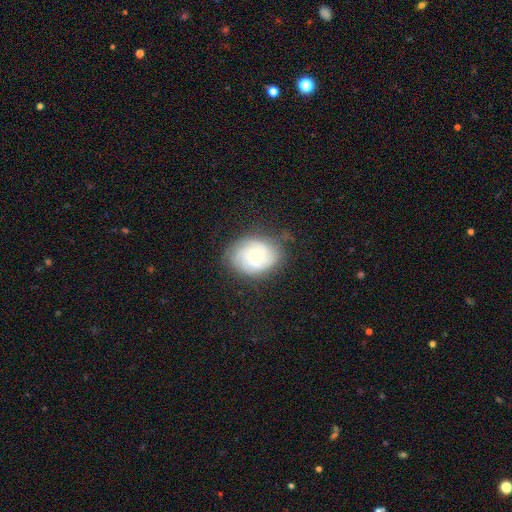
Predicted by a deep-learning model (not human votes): smooth-or-featured: featured or disk: 66% | smooth: 26% | star or artifact: 8%
  disk-edge-on: no: 97% | yes: 3%
    bar: no: 83% | weak: 15% | strong: 3%
    has-spiral-arms: yes: 88% | no: 12%
      spiral-winding: tight: 68% | medium: 25% | loose: 7%
      spiral-arm-count: can't tell: 40% | 3: 23% | 2: 17% | 4: 10% | more than 4: 5% | 1: 5%
    bulge-size: moderate: 55% | small: 41% | large: 3% | dominant: 1% | none: 1%
  merging: none: 72% | minor disturbance: 20% | major disturbance: 7% | merger: 1%